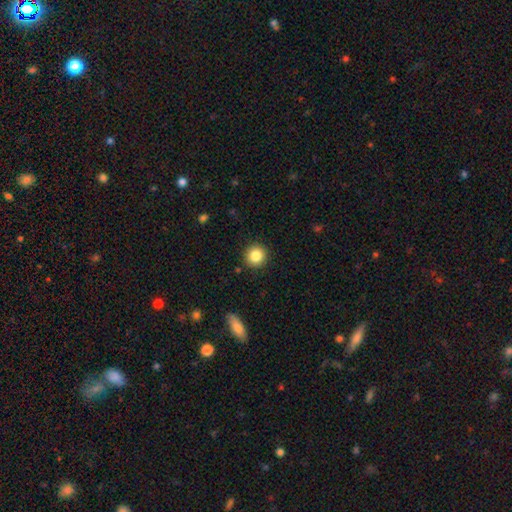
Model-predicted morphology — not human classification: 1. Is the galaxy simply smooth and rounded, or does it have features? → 85% smooth, 10% star or artifact, 5% featured or disk.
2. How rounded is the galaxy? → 93% round, 6% in between, 1% cigar-shaped.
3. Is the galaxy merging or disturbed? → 91% none, 6% minor disturbance, 2% major disturbance, 1% merger.